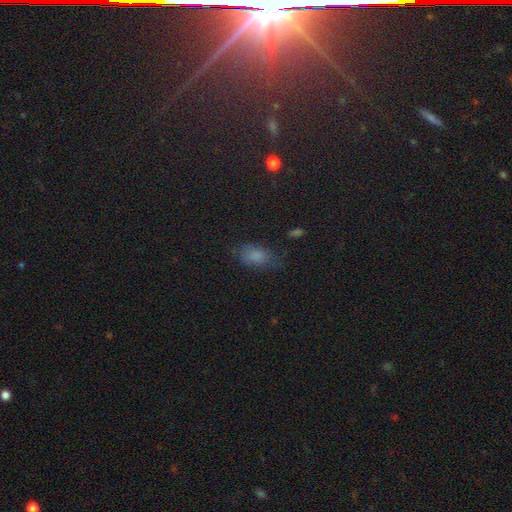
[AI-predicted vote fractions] This appears to be a smooth galaxy with no disk features (73%) that is in between round and cigar-shaped (88%). Merging: none (64%).